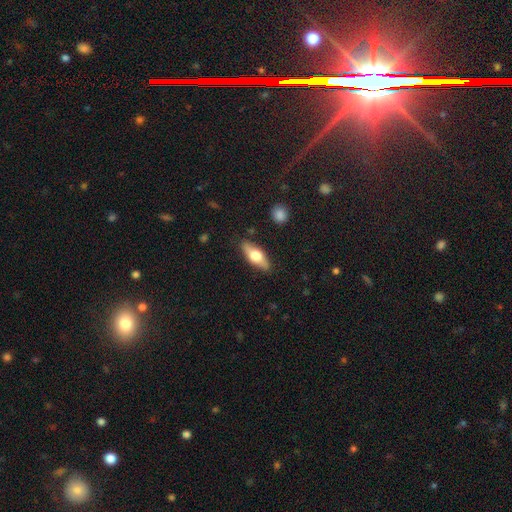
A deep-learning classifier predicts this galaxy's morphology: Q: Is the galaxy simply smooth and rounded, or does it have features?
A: smooth — 56%.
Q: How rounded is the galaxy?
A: in between — 68%.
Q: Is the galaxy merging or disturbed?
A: none — 86%.